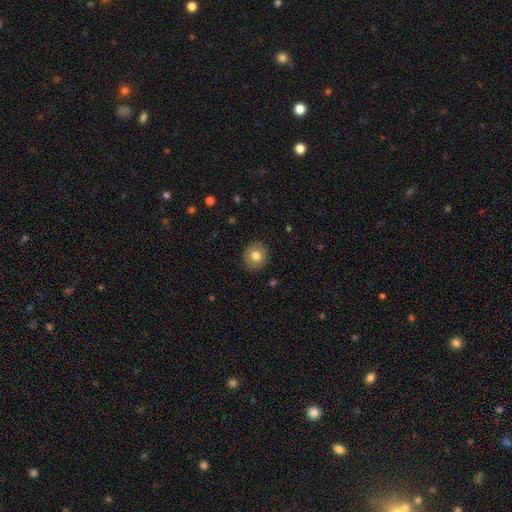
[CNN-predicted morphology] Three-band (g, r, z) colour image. It shows a smooth galaxy with no disk features (78%) that is round (85%). Merging: none (89%).